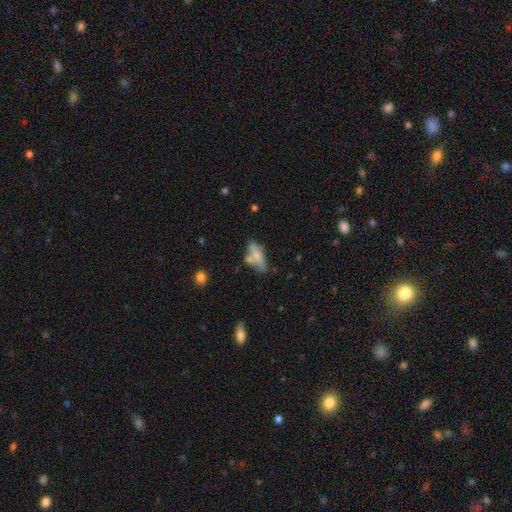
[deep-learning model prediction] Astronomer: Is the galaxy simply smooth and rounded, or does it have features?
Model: smooth — 64%.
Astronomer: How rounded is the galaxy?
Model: in between — 70%.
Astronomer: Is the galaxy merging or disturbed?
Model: none — 46% (runner-up: merger, 23%).